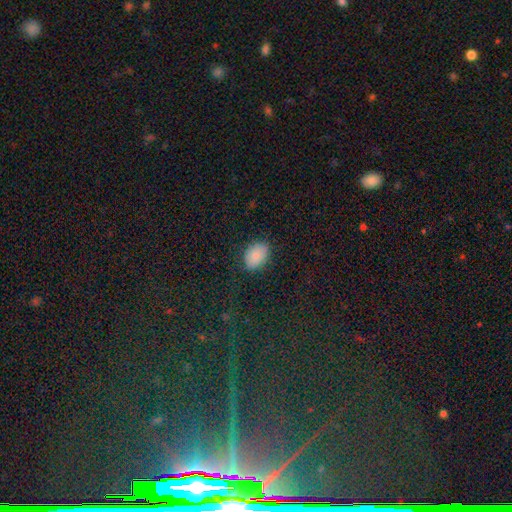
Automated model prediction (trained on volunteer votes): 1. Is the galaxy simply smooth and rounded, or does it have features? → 86% smooth, 8% star or artifact, 6% featured or disk.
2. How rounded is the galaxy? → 78% in between, 21% round, 1% cigar-shaped.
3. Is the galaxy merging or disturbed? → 83% none, 12% minor disturbance, 3% major disturbance, 1% merger.